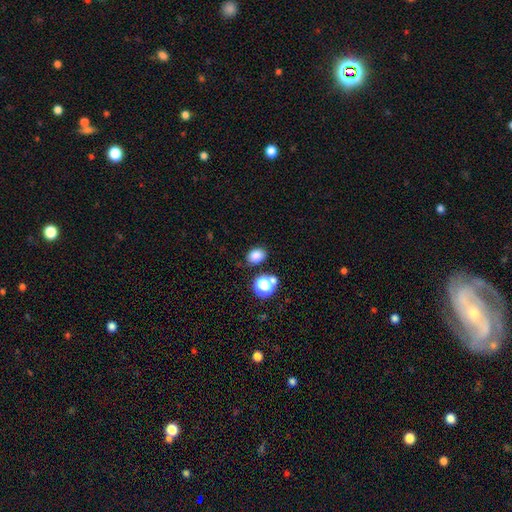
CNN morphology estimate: smooth_or_featured: smooth (p=0.81) [alt: star or artifact p=0.14]
how_rounded: in between (p=0.57) [alt: round p=0.42]
merging: none (p=0.81) [alt: minor disturbance p=0.10]